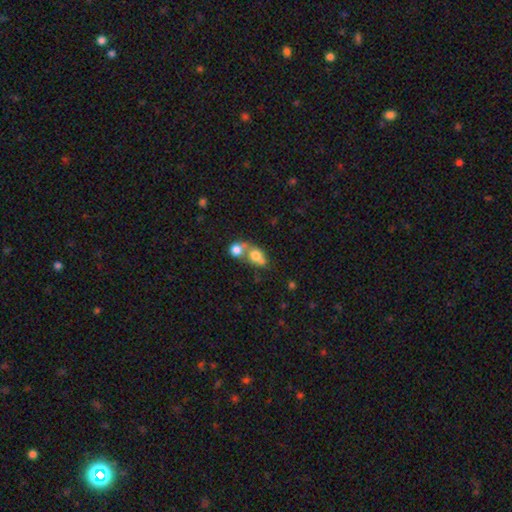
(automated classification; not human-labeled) smooth-or-featured: smooth: 71% | featured or disk: 19% | star or artifact: 10%
  how-rounded: round: 49% (tied) | in between: 49% (tied) | cigar-shaped: 2%
  merging: merger: 69% | none: 19% | minor disturbance: 7% | major disturbance: 5%